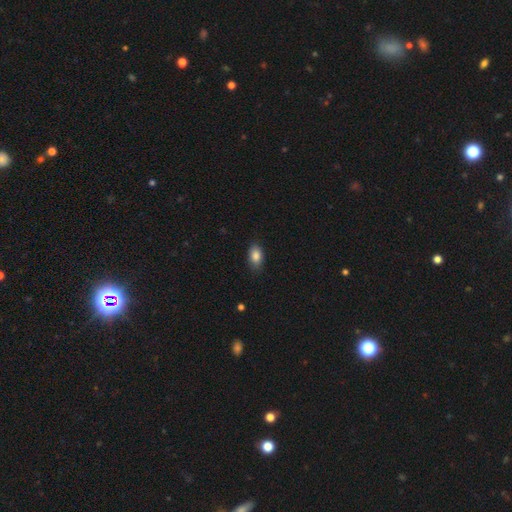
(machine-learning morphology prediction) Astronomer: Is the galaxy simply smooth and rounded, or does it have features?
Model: smooth — 86%.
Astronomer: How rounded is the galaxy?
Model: in between — 89%.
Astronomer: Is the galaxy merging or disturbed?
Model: none — 82%.